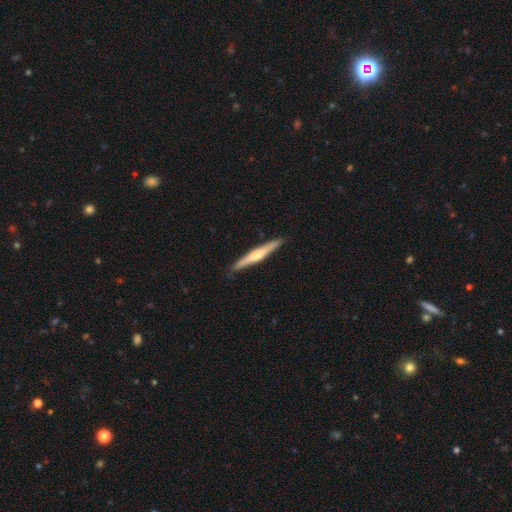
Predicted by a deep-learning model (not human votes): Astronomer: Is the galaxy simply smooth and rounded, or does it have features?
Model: featured or disk — 60% (runner-up: smooth, 35%).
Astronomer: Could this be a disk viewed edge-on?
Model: yes — 97%.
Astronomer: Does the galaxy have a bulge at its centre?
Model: rounded — 67%.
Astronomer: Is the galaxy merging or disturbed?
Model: none — 89%.